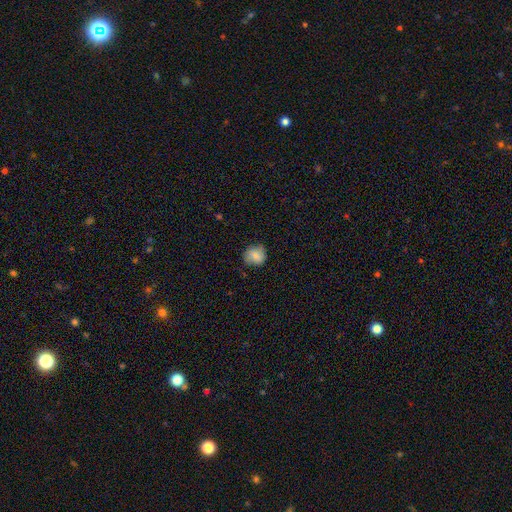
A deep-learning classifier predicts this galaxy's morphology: smooth_or_featured: smooth (p=0.81) [alt: featured or disk p=0.12]
how_rounded: round (p=0.79) [alt: in between p=0.20]
merging: none (p=0.73) [alt: minor disturbance p=0.21]